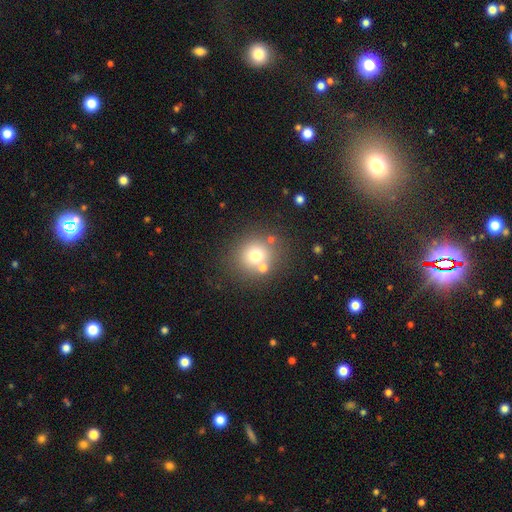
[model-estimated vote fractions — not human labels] Smooth or featured: smooth — 70% (star or artifact — 15%)
How rounded: round — 88% (in between — 12%)
Merging: none — 69% (merger — 17%)